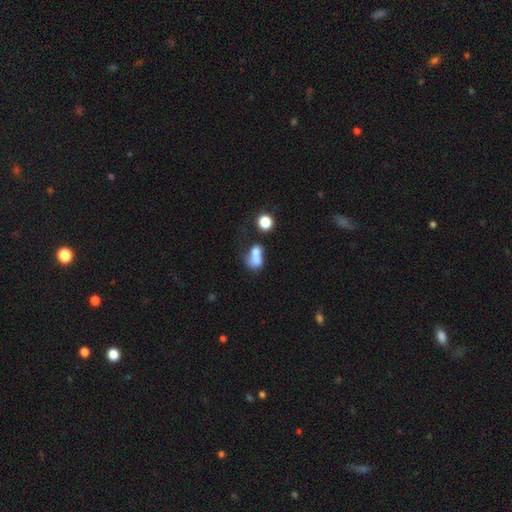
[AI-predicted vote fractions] This appears to be a smooth galaxy with no disk features (68%) that is in between round and cigar-shaped (68%). Merging: merger (53%).